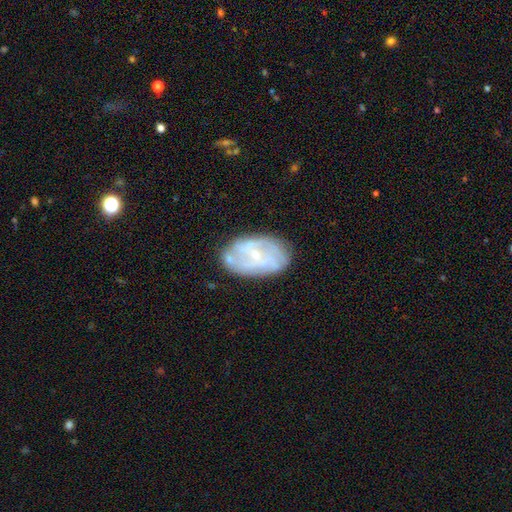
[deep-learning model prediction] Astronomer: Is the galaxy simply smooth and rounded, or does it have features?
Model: featured or disk — 70%.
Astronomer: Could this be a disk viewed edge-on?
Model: no — 96%.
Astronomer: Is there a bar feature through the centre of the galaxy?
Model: no — 59%.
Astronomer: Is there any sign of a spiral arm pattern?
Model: yes — 70%.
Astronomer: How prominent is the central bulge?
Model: small — 72%.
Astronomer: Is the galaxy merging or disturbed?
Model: none — 70%.